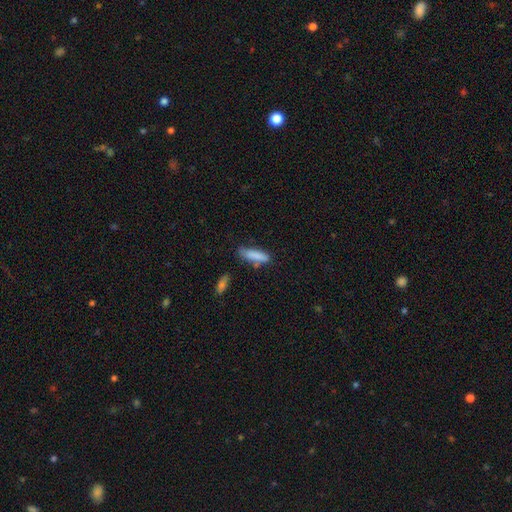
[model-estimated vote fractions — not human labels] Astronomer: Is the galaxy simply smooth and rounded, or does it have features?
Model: smooth — 85%.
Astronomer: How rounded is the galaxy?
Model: cigar-shaped — 64%.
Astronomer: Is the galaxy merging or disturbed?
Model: none — 65%.